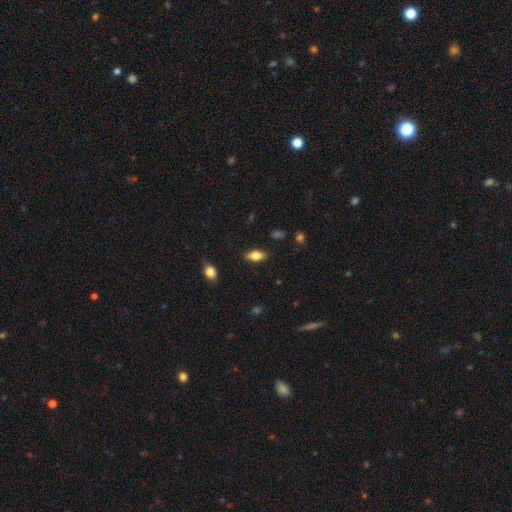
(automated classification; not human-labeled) Morphology: type=smooth (69%); roundness=in between (83%); merging=none (86%).